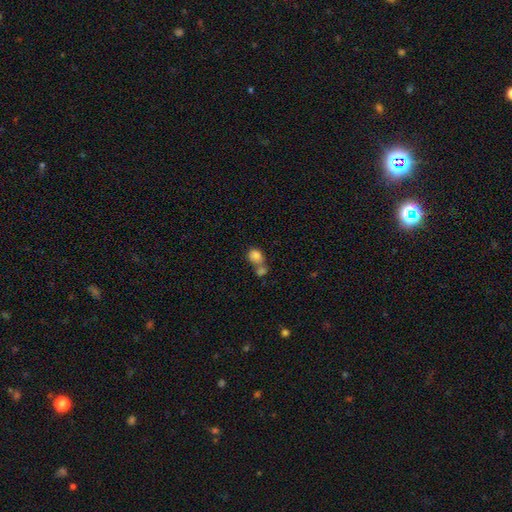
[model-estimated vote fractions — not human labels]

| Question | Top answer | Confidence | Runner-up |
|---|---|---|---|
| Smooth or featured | smooth | 82% | featured or disk (9%) |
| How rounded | round | 55% | in between (44%) |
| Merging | merger | 54% | none (32%) |